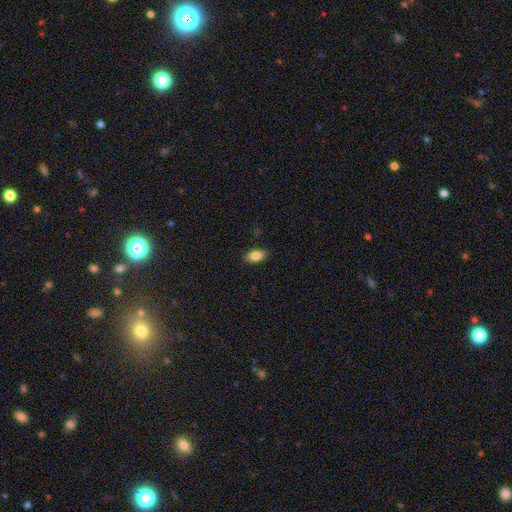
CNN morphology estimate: Q: Smooth or featured?
A: smooth (85%); runner-up: star or artifact (8%)
Q: How rounded?
A: in between (90%); runner-up: round (8%)
Q: Merging?
A: none (87%); runner-up: minor disturbance (10%)